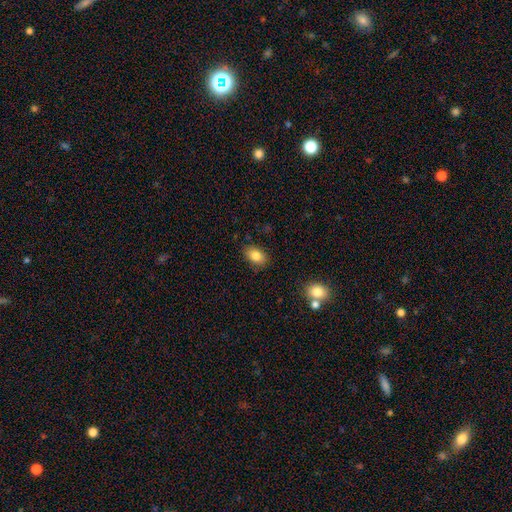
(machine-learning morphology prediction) This is clearly a smooth galaxy (83%). How rounded: clearly in between (85%). Merging: clearly none (85%).